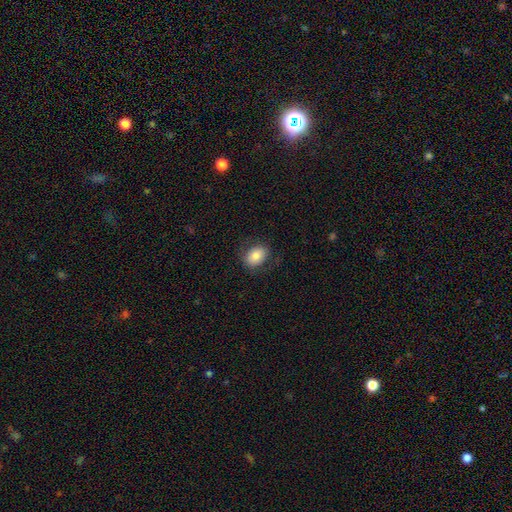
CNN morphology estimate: smooth 80%, featured or disk 12%, star or artifact 8%. Down the decision tree: how rounded — in between (71%); merging — none (79%).